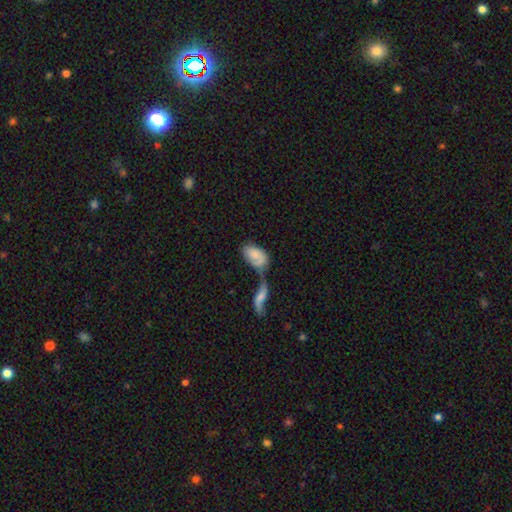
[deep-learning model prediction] This appears to be a smooth galaxy with no disk features (67%) that is in between round and cigar-shaped (93%). Merging: merger (61%).